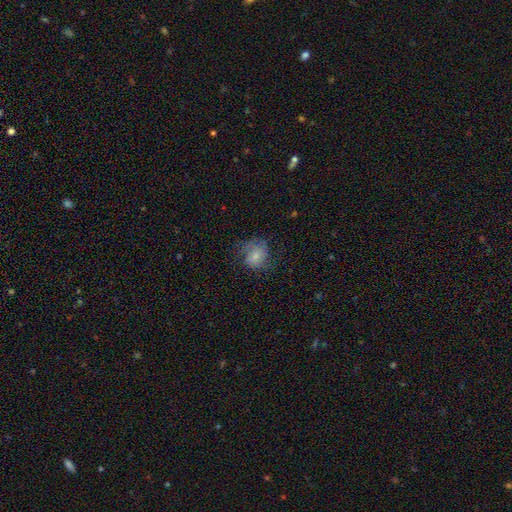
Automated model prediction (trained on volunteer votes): smooth-or-featured: smooth: 54% | featured or disk: 37% | star or artifact: 9%
  how-rounded: round: 61% | in between: 38% | cigar-shaped: 1%
  merging: none: 55% | minor disturbance: 24% | major disturbance: 20% | merger: 1%